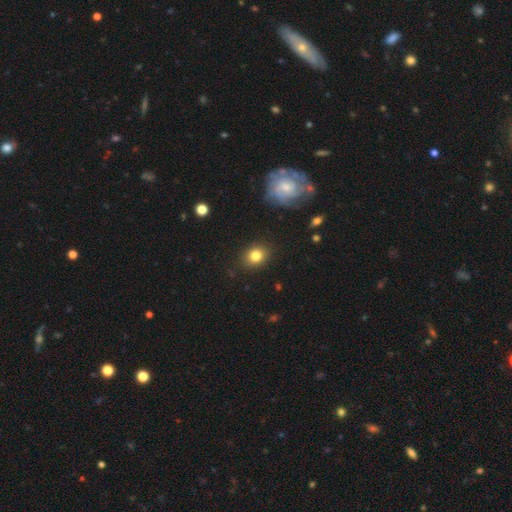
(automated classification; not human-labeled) Overall: smooth (81%). How rounded: round (55%; in between 44%). Merging: none (87%).